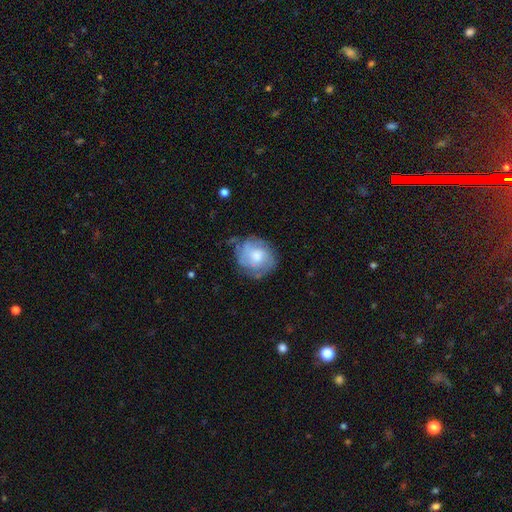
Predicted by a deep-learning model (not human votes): featured or disk 48%, smooth 45%, star or artifact 7%. Down the decision tree: merging — none (64%).